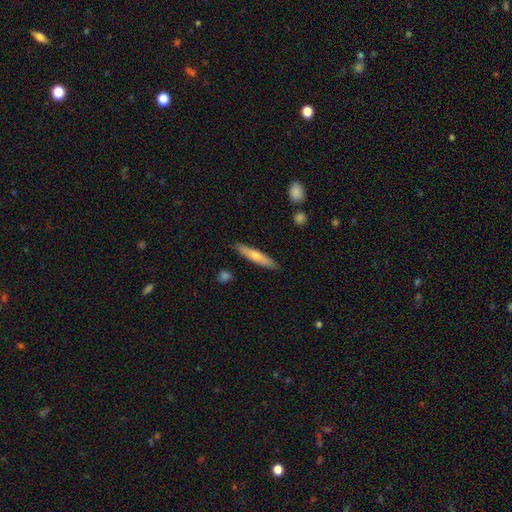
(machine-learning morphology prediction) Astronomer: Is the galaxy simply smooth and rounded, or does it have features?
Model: smooth — 60%.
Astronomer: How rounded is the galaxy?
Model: cigar-shaped — 88%.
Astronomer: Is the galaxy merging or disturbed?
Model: none — 88%.